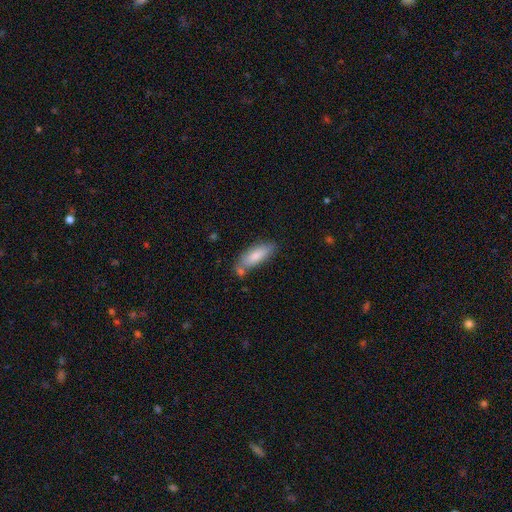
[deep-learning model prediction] Smooth or featured?
  - smooth: 82% *
  - featured or disk: 12%
  - star or artifact: 6%
How rounded?
  - in between: 61% *
  - cigar-shaped: 37%
  - round: 2%
Merging?
  - none: 63% *
  - minor disturbance: 18%
  - merger: 14%
  - major disturbance: 4%